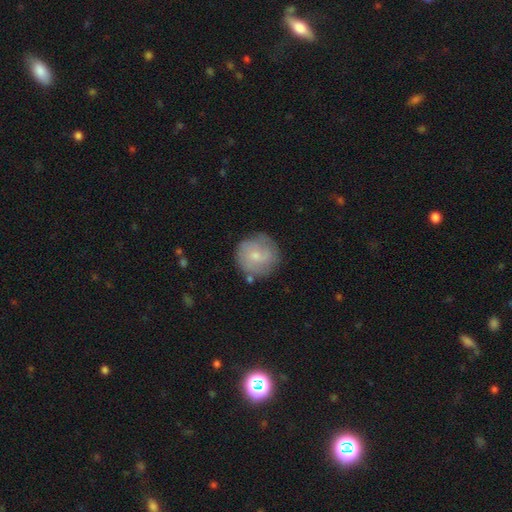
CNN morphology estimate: A smooth galaxy with no disk features (54%) that is round (93%).

Vote fractions:
- Smooth or featured? smooth: 54% / featured or disk: 39% / star or artifact: 7%
- How rounded? round: 93% / in between: 6% / cigar-shaped: 1%
- Merging? none: 74% / minor disturbance: 17% / major disturbance: 5% / merger: 4%